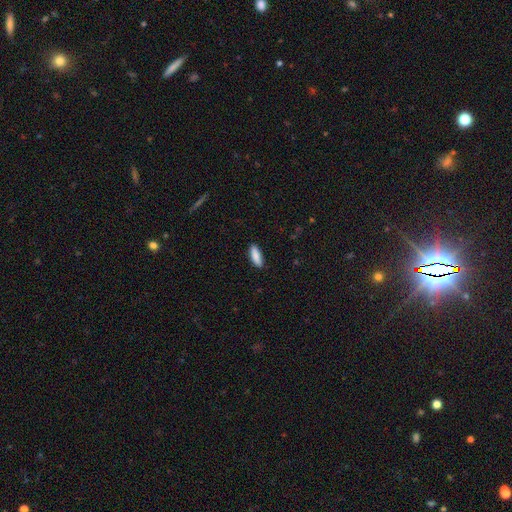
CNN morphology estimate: smooth-or-featured: smooth: 88% | star or artifact: 6% | featured or disk: 6%
  how-rounded: in between: 59% | cigar-shaped: 39% | round: 2%
  merging: none: 87% | minor disturbance: 10% | major disturbance: 2% | merger: 1%